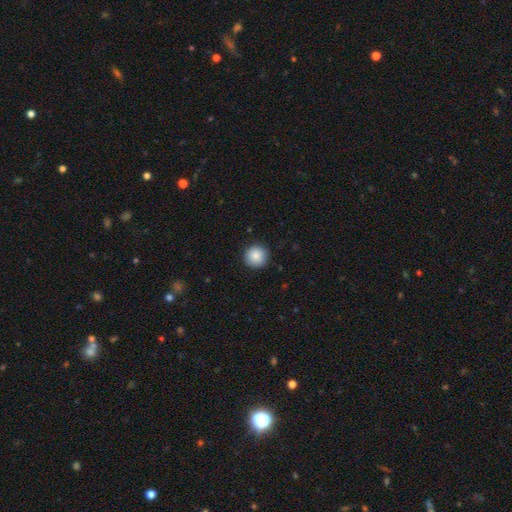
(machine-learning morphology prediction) Overall: smooth (88%). How rounded: round (95%). Merging: none (90%).